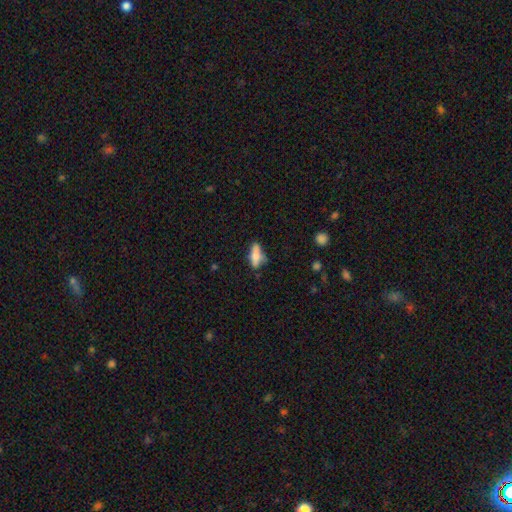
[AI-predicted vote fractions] Q: Smooth or featured?
A: smooth (65%); runner-up: featured or disk (27%)
Q: How rounded?
A: in between (66%); runner-up: cigar-shaped (30%)
Q: Merging?
A: none (53%); runner-up: minor disturbance (28%)